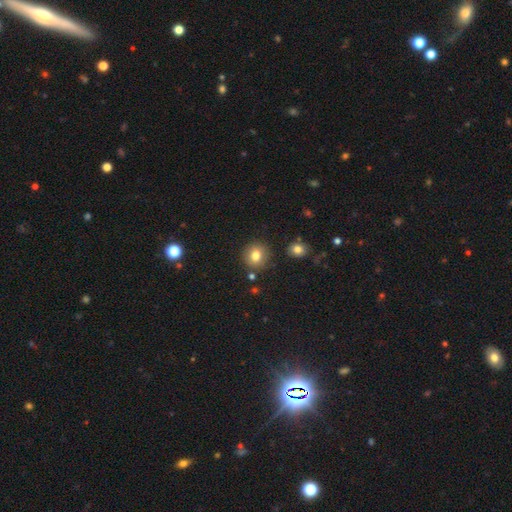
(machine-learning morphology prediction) Smooth or featured?
  - smooth: 80% *
  - star or artifact: 11%
  - featured or disk: 9%
How rounded?
  - round: 87% *
  - in between: 13%
  - cigar-shaped: 1%
Merging?
  - none: 85% *
  - minor disturbance: 8%
  - merger: 4%
  - major disturbance: 2%